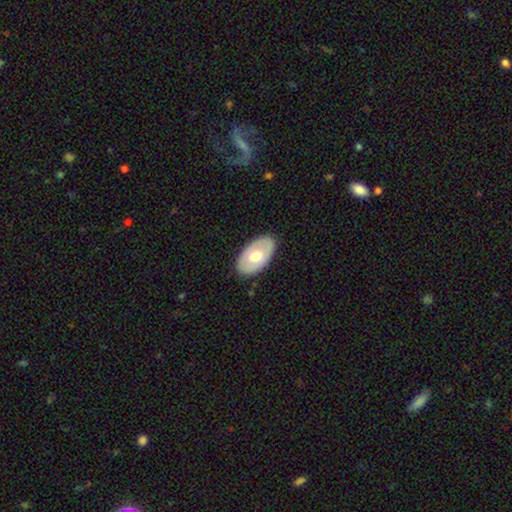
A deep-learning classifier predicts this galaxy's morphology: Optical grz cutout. It shows a smooth galaxy with no disk features (58%) that is in between round and cigar-shaped (93%). Merging: none (86%).